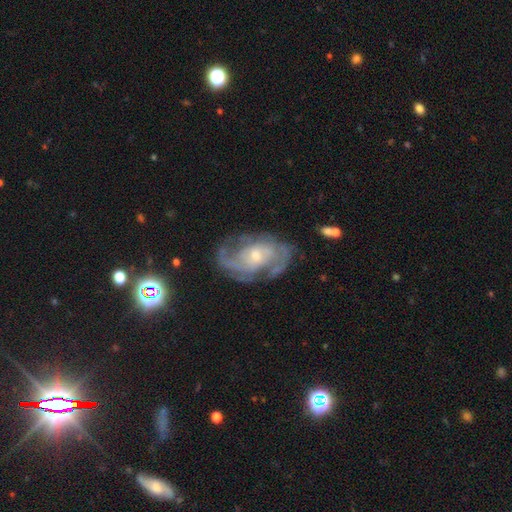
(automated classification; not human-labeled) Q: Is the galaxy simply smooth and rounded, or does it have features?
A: featured or disk — 85%.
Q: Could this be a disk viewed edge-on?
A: no — 97%.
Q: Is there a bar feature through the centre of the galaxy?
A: no — 62%.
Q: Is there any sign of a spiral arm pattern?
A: yes — 94%.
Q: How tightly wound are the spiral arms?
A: medium — 44%.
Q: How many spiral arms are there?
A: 2 — 50%.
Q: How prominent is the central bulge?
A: small — 53%.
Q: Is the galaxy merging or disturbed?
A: none — 68%.